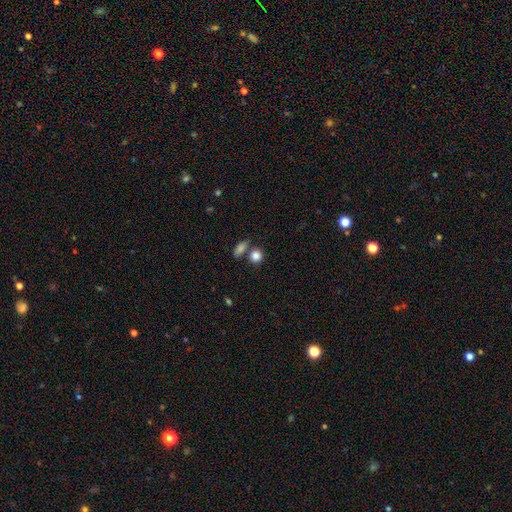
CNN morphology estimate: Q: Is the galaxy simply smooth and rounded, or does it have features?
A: smooth — 85%.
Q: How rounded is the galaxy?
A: round — 72%.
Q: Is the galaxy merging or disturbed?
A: none — 59%.